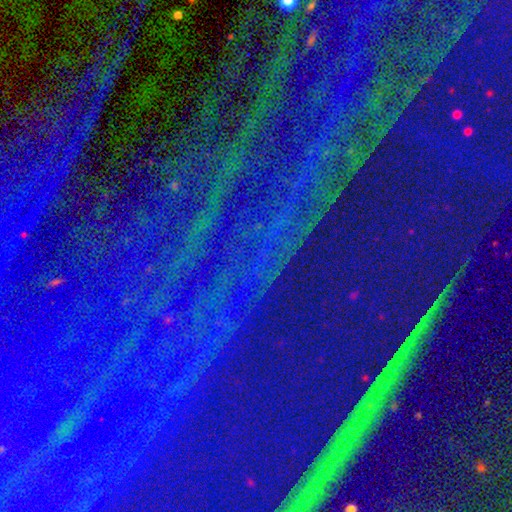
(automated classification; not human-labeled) Smooth or featured? Predicted: star or artifact (p=0.87).